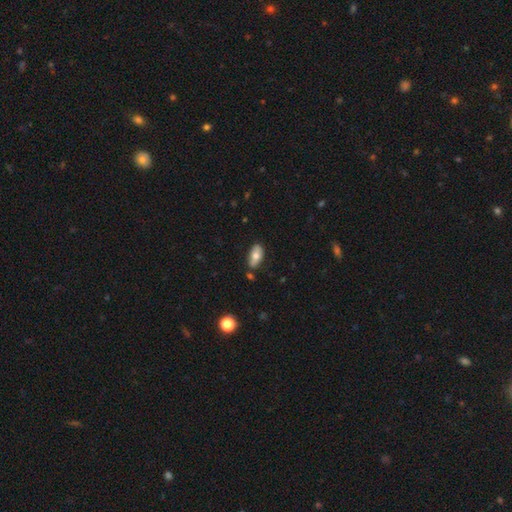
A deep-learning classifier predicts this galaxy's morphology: This appears to be a smooth galaxy with no disk features (70%) that is in between round and cigar-shaped (91%). Merging: none (74%).